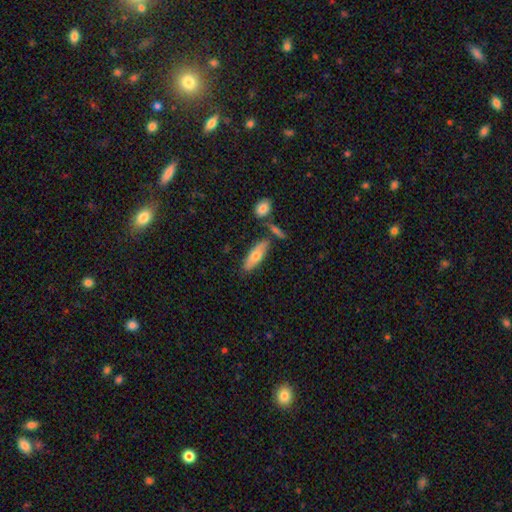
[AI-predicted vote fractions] Smooth or featured? smooth (64%)
How rounded? in between (54%)
Merging? none (70%)